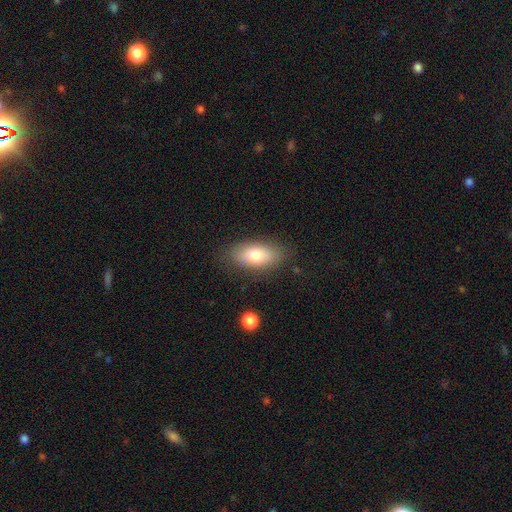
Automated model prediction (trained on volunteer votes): Q: Smooth or featured?
A: smooth (76%); runner-up: featured or disk (17%)
Q: How rounded?
A: in between (88%); runner-up: cigar-shaped (7%)
Q: Merging?
A: none (81%); runner-up: minor disturbance (14%)